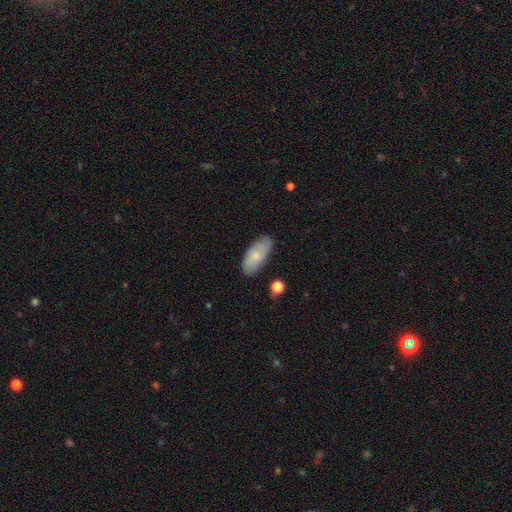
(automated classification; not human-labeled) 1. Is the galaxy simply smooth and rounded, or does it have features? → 72% smooth, 21% featured or disk, 6% star or artifact.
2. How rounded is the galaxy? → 88% in between, 10% cigar-shaped, 2% round.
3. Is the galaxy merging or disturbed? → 79% none, 16% minor disturbance, 3% major disturbance, 2% merger.